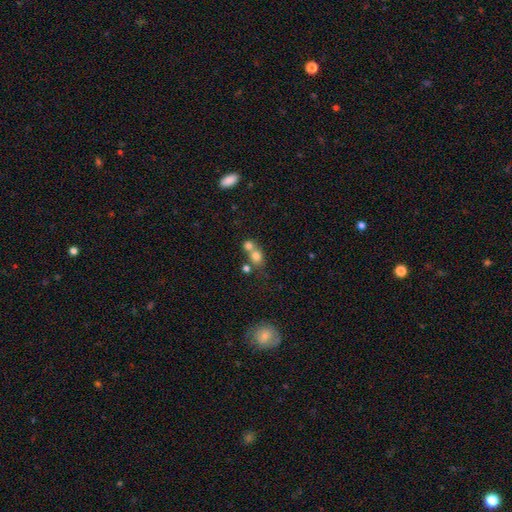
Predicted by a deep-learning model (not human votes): Smooth or featured? smooth (74%)
How rounded? round (71%)
Merging? merger (58%)